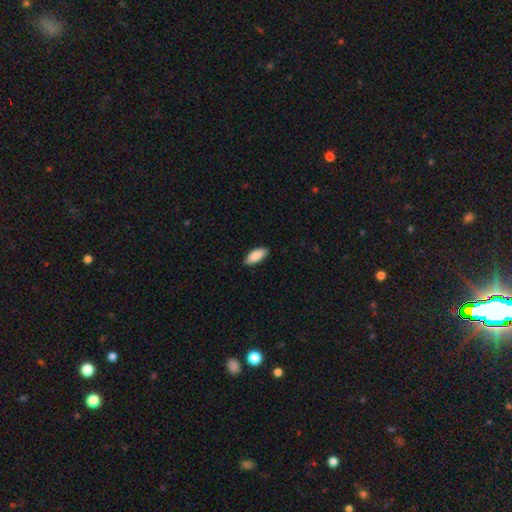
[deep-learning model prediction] smooth-or-featured: smooth: 88% | featured or disk: 6% | star or artifact: 6%
  how-rounded: in between: 86% | cigar-shaped: 12% | round: 2%
  merging: none: 87% | minor disturbance: 10% | major disturbance: 2% | merger: 1%